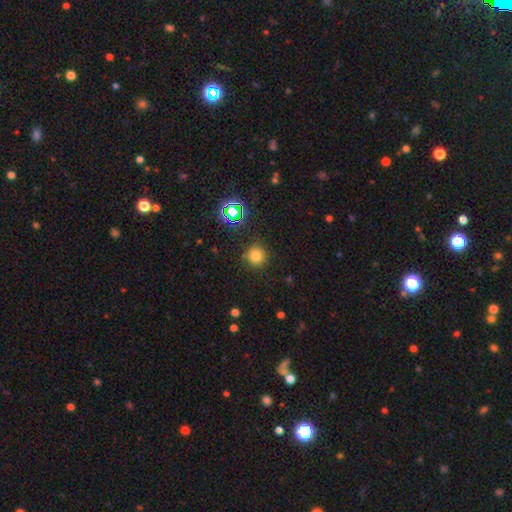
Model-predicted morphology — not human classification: smooth_or_featured: smooth (p=0.73) [alt: star or artifact p=0.20]
how_rounded: round (p=0.94) [alt: in between p=0.05]
merging: none (p=0.87) [alt: minor disturbance p=0.08]